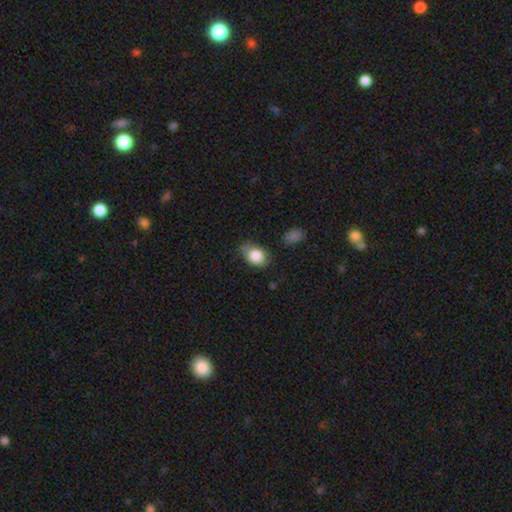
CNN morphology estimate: The model was most divided on "merging": none: 61%, minor disturbance: 29%, major disturbance: 7%, merger: 3%. More confident: smooth or featured — smooth (83%); how rounded — in between (76%).